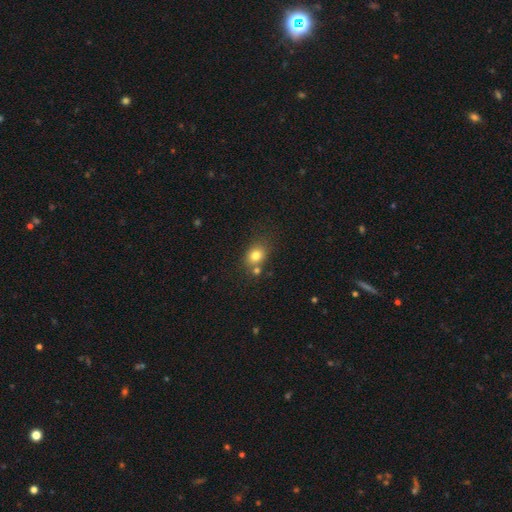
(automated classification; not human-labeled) Overall: smooth (78%). How rounded: in between (50%; round 48%). Merging: none (61%).